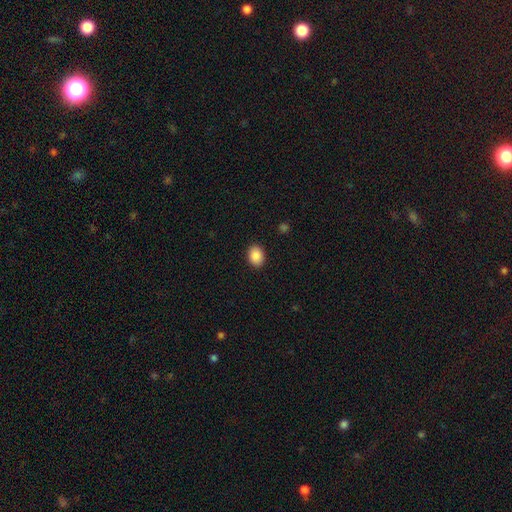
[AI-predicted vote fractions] Smooth or featured? smooth (89%)
How rounded? in between (69%)
Merging? none (90%)